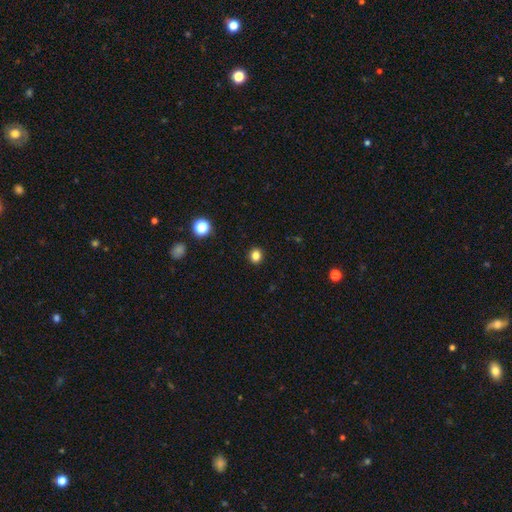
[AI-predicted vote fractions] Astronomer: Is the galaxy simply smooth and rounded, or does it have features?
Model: smooth — 83%.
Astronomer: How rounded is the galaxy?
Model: round — 76%.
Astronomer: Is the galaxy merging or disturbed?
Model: none — 92%.